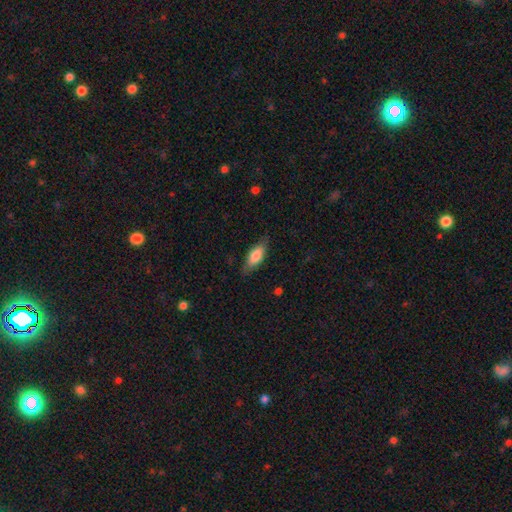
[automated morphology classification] Smooth or featured: smooth — 77% (featured or disk — 18%)
How rounded: in between — 73% (cigar-shaped — 25%)
Merging: none — 78% (minor disturbance — 17%)